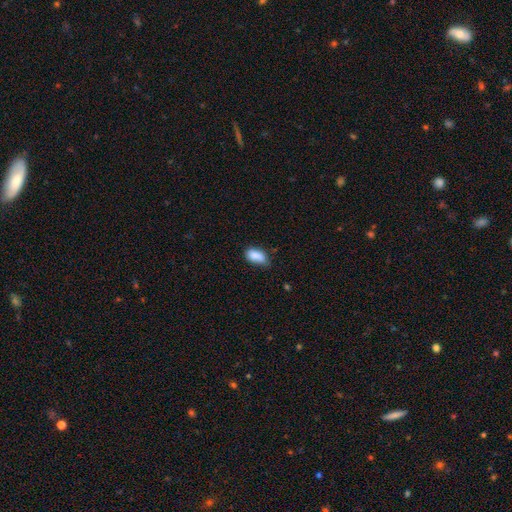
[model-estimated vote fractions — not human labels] smooth_or_featured: smooth (p=0.86) [alt: star or artifact p=0.08]
how_rounded: in between (p=0.90) [alt: round p=0.06]
merging: none (p=0.55) [alt: minor disturbance p=0.35]